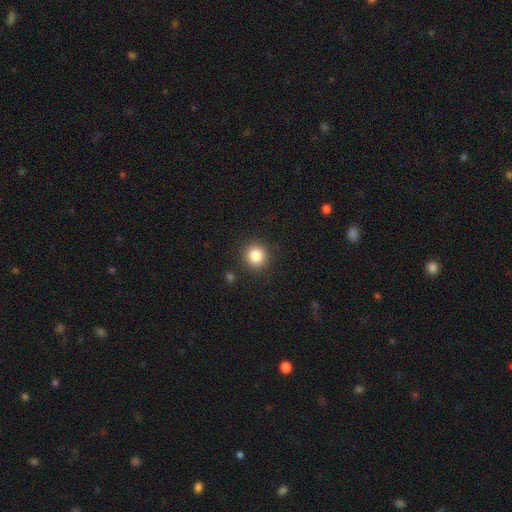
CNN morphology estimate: Overall: smooth (85%). How rounded: round (92%). Merging: none (90%).